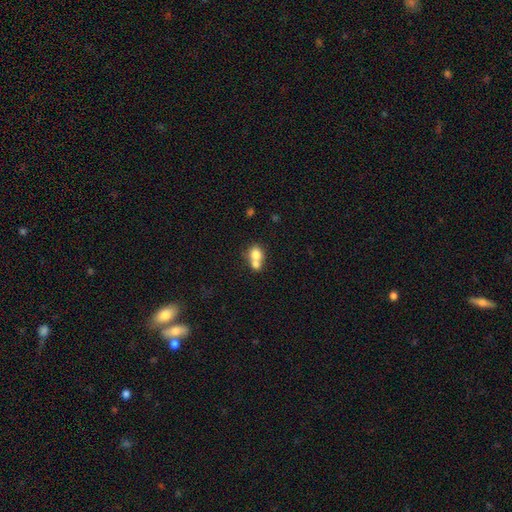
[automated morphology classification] smooth-or-featured: smooth: 75% | featured or disk: 16% | star or artifact: 9%
  how-rounded: round: 64% | in between: 35% | cigar-shaped: 1%
  merging: merger: 64% | none: 27% | minor disturbance: 6% | major disturbance: 3%